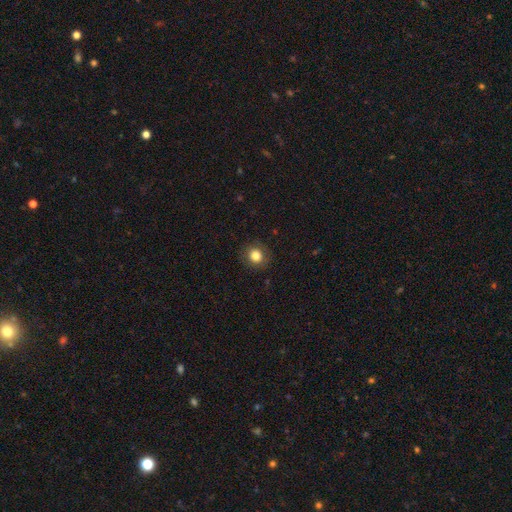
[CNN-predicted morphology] This is clearly a smooth galaxy (82%). How rounded: clearly round (84%). Merging: clearly none (89%).